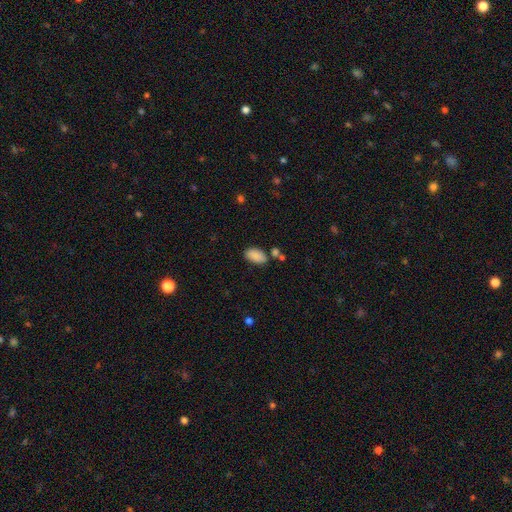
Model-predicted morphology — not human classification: The model was most divided on "merging": none: 74%, minor disturbance: 13%, merger: 9%, major disturbance: 3%. More confident: how rounded — in between (95%); smooth or featured — smooth (88%).